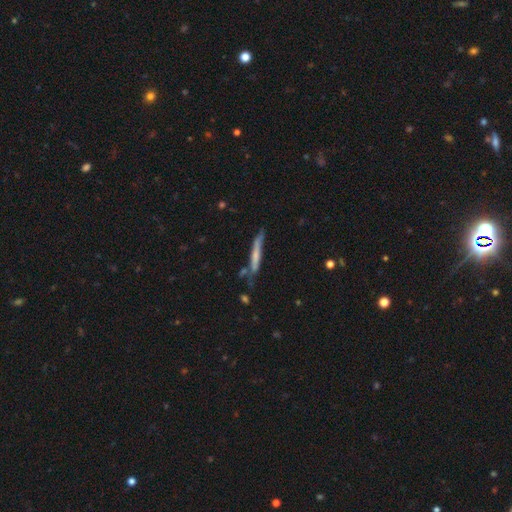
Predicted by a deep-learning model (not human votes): Smooth or featured? Predicted: smooth (p=0.54). How rounded? Predicted: cigar-shaped (p=0.94). Merging? Predicted: none (p=0.62).